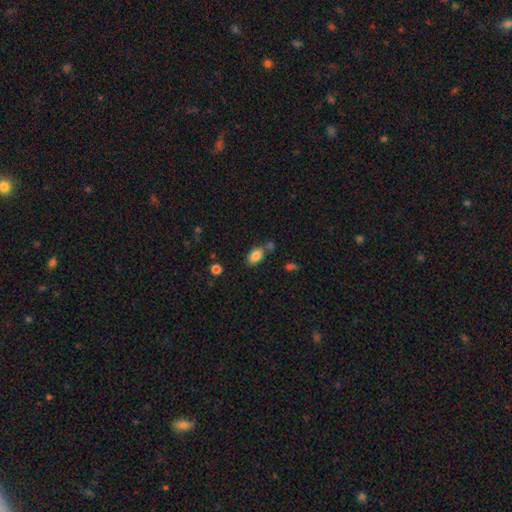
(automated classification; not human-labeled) smooth_or_featured: smooth (p=0.83) [alt: star or artifact p=0.09]
how_rounded: in between (p=0.88) [alt: round p=0.10]
merging: none (p=0.65) [alt: merger p=0.16]